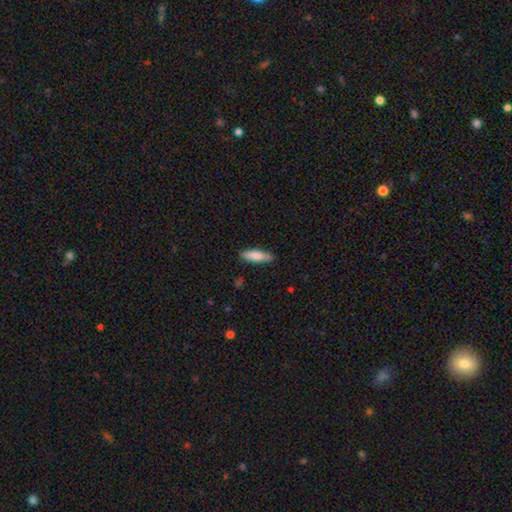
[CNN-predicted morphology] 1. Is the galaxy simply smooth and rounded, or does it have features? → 82% smooth, 13% featured or disk, 6% star or artifact.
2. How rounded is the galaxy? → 61% cigar-shaped, 37% in between, 2% round.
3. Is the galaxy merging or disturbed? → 84% none, 13% minor disturbance, 2% major disturbance, 1% merger.